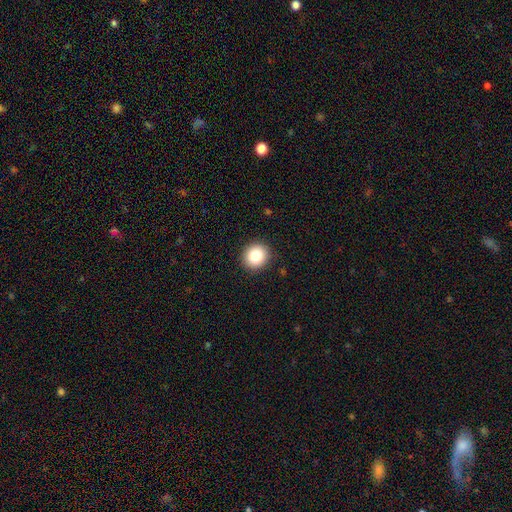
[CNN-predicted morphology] smooth-or-featured: smooth: 83% | star or artifact: 10% | featured or disk: 7%
  how-rounded: round: 84% | in between: 15% | cigar-shaped: 1%
  merging: none: 91% | minor disturbance: 6% | major disturbance: 2% | merger: 1%